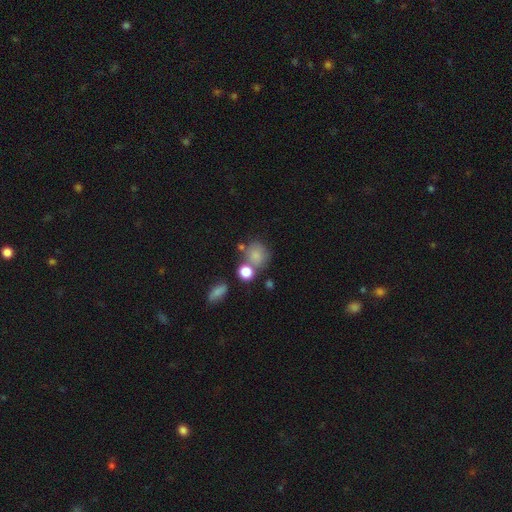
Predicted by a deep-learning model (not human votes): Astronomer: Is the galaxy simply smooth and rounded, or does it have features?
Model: smooth — 78%.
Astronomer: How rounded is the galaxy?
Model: round — 73%.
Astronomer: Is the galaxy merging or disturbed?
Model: none — 54%.